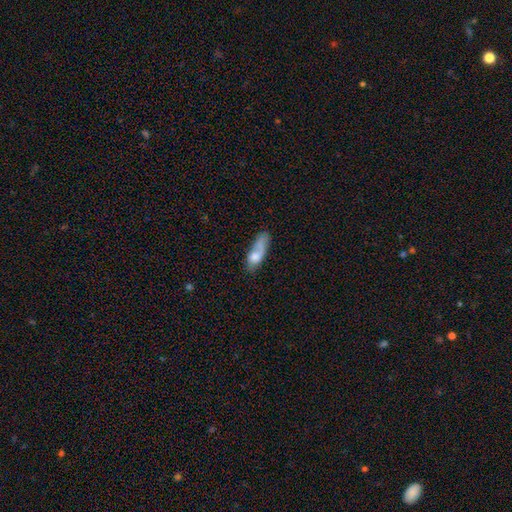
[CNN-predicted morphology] type=smooth (66%); roundness=in between (62%); merging=none (33%).